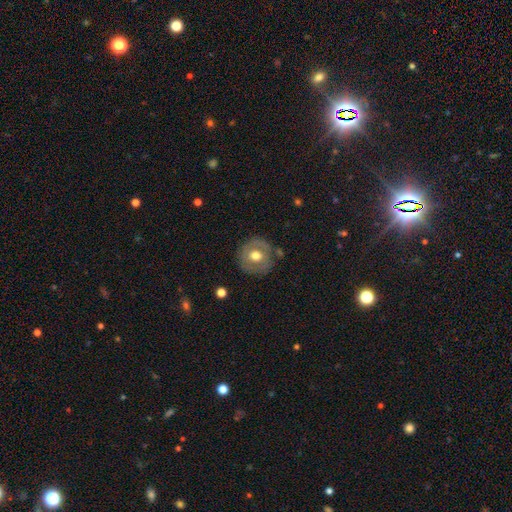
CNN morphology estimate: The model was most divided on "smooth or featured": smooth: 52%, featured or disk: 41%, star or artifact: 7%. More confident: how rounded — round (91%); merging — none (80%).